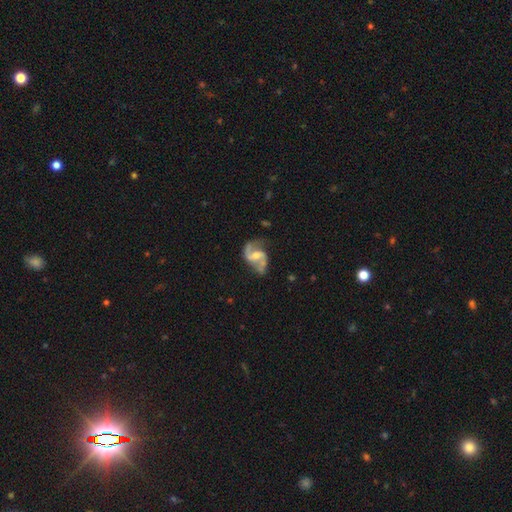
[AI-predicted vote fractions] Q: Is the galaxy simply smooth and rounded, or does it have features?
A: featured or disk — 87%.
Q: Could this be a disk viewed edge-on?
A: no — 98%.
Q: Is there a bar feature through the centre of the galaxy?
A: weak — 51%.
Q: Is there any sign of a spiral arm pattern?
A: yes — 96%.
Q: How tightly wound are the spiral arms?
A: loose — 49%.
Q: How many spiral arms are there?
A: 2 — 91%.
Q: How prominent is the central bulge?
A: moderate — 49%.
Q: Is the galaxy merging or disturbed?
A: none — 62%.